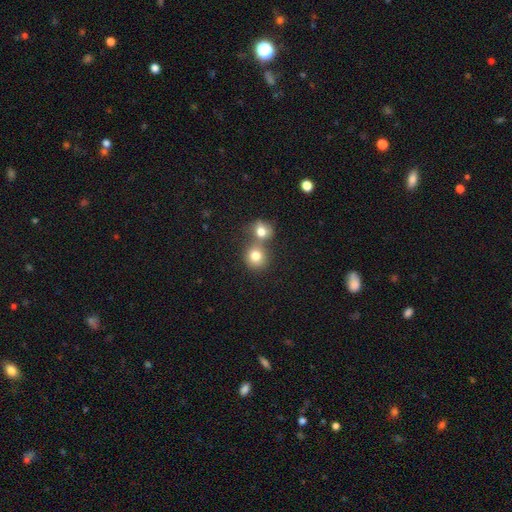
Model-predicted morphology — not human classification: smooth-or-featured: smooth: 79% | star or artifact: 11% | featured or disk: 11%
  how-rounded: round: 81% | in between: 18% | cigar-shaped: 1%
  merging: merger: 50% | none: 40% | minor disturbance: 7% | major disturbance: 3%